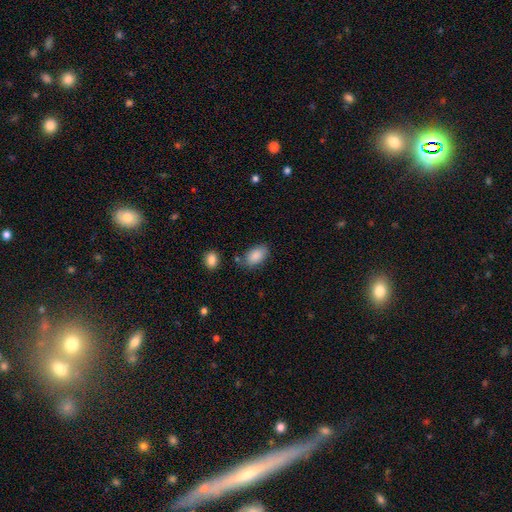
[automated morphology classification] smooth_or_featured: smooth (p=0.88) [alt: star or artifact p=0.07]
how_rounded: in between (p=0.92) [alt: round p=0.06]
merging: none (p=0.73) [alt: minor disturbance p=0.17]